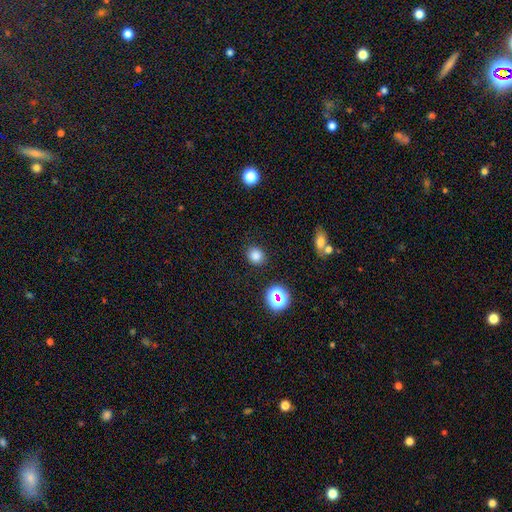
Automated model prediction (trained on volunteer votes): Smooth or featured? Predicted: smooth (p=0.80). How rounded? Predicted: round (p=0.77). Merging? Predicted: none (p=0.88).